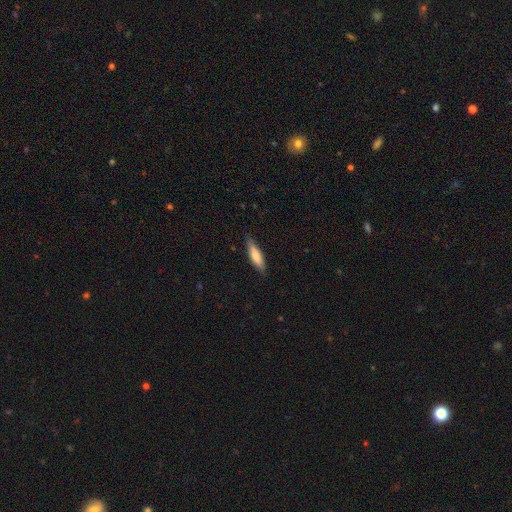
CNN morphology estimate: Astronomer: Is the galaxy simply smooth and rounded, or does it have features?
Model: smooth — 70%.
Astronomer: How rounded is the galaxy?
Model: cigar-shaped — 69%.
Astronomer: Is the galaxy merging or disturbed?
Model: none — 83%.